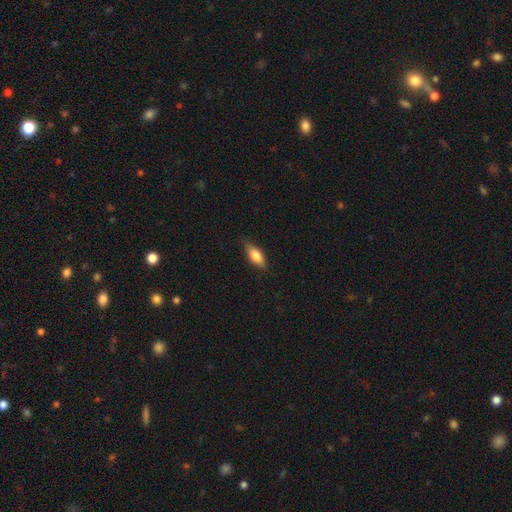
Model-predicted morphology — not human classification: Smooth or featured?
  - smooth: 73% *
  - featured or disk: 20%
  - star or artifact: 7%
How rounded?
  - in between: 72% *
  - cigar-shaped: 25%
  - round: 3%
Merging?
  - none: 80% *
  - minor disturbance: 16%
  - major disturbance: 3%
  - merger: 1%